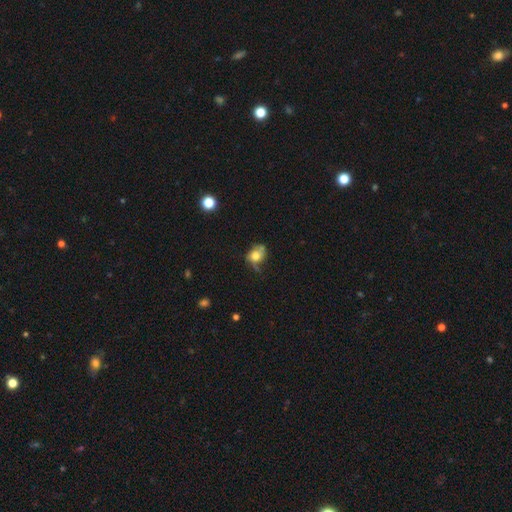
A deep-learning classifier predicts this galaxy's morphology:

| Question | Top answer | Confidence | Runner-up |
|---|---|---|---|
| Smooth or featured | smooth | 61% | featured or disk (28%) |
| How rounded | in between | 51% | round (47%) |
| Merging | none | 41% | minor disturbance (31%) |